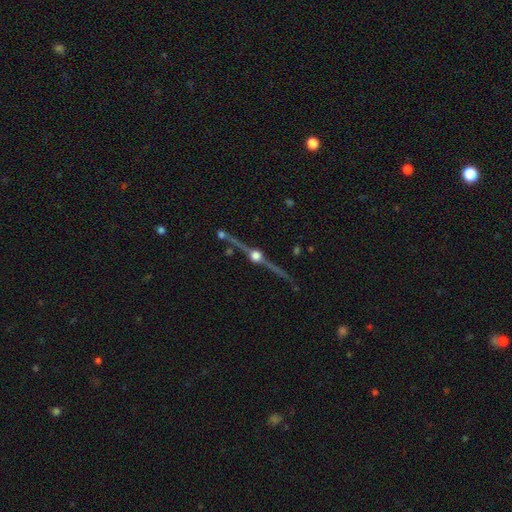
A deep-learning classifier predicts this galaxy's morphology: This appears to be a featured or disk galaxy (84%) viewed edge-on (96%) with a rounded central bulge (96%). Merging: none (86%).